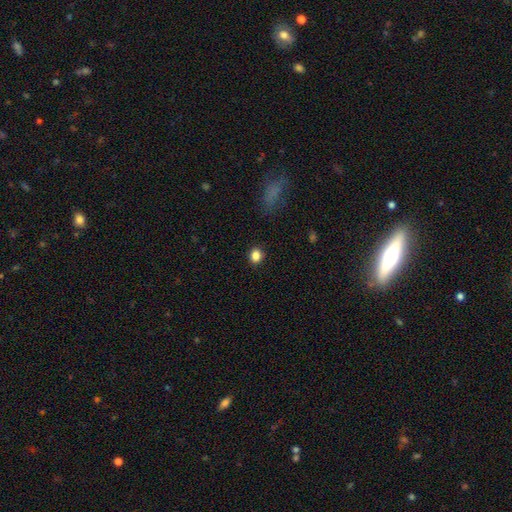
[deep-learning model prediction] This is clearly a smooth galaxy (84%). How rounded: likely round (65%). Merging: clearly none (90%).